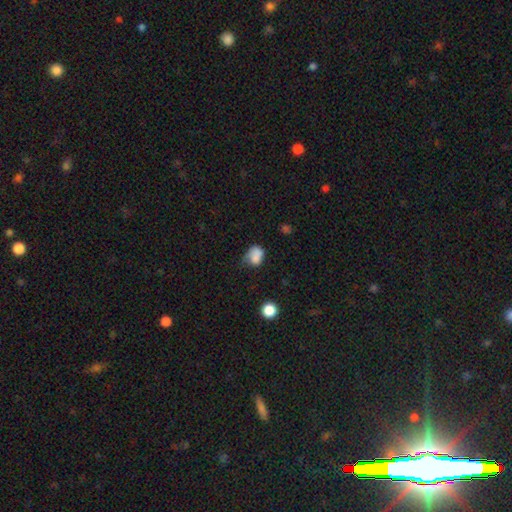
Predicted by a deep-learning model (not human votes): Smooth or featured: smooth — 77% (featured or disk — 12%)
How rounded: in between — 64% (round — 35%)
Merging: minor disturbance — 38% (none — 33%)